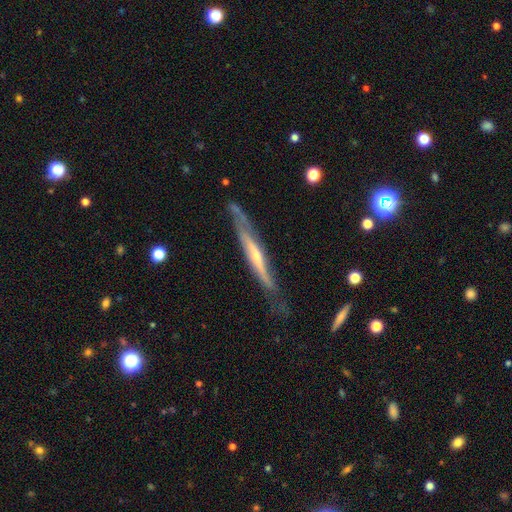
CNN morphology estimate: smooth-or-featured: featured or disk: 73% | smooth: 21% | star or artifact: 5%
  disk-edge-on: yes: 83% | no: 17%
    edge-on-bulge: rounded: 46% | none: 45% | boxy: 9%
  merging: none: 60% | minor disturbance: 28% | major disturbance: 9% | merger: 3%